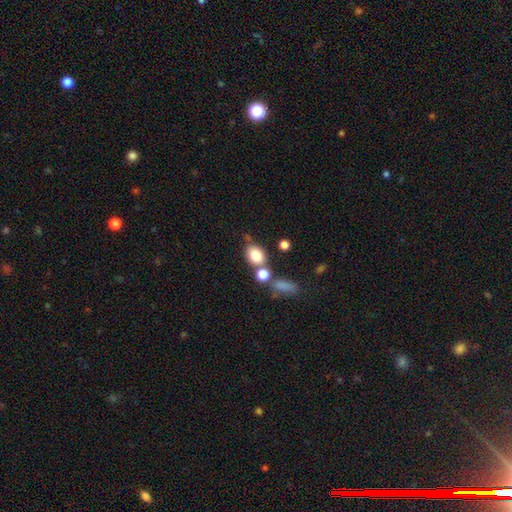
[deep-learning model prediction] smooth_or_featured: smooth (p=0.81) [alt: featured or disk p=0.10]
how_rounded: in between (p=0.67) [alt: round p=0.31]
merging: none (p=0.55) [alt: merger p=0.27]